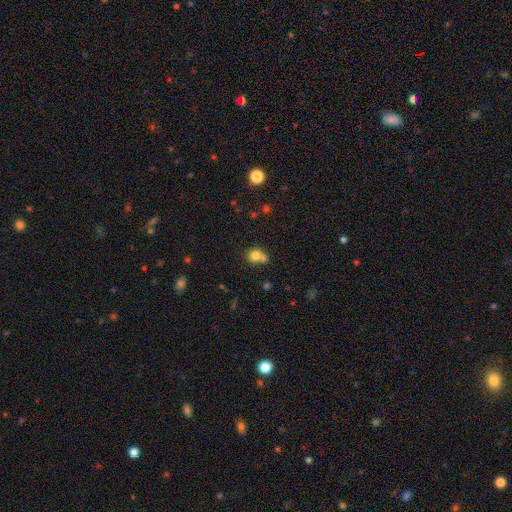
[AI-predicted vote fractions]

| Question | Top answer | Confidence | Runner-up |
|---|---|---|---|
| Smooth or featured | smooth | 76% | star or artifact (12%) |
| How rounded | round | 78% | in between (21%) |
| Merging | merger | 47% | none (39%) |